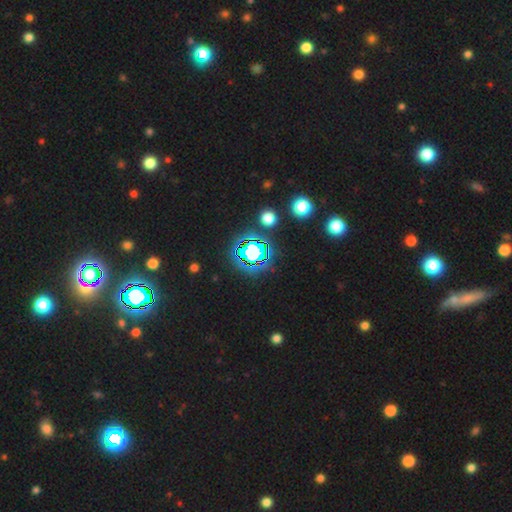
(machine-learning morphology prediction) The model was most divided on "smooth or featured": star or artifact: 67%, smooth: 20%, featured or disk: 13%.